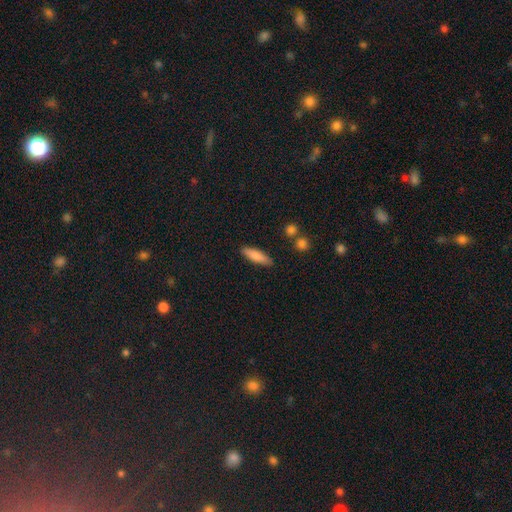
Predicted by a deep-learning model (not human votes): Q: Smooth or featured?
A: smooth (80%); runner-up: featured or disk (13%)
Q: How rounded?
A: cigar-shaped (65%); runner-up: in between (33%)
Q: Merging?
A: none (85%); runner-up: minor disturbance (10%)